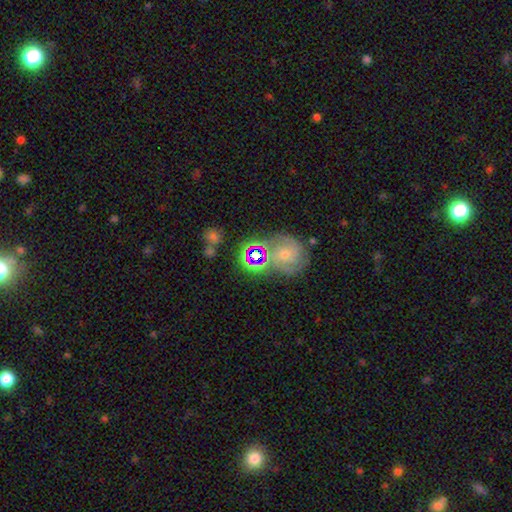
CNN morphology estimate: This is marginally a star or artifact rather than a galaxy (36%).